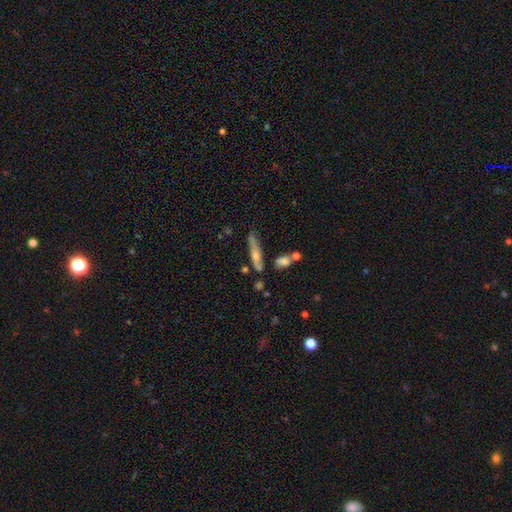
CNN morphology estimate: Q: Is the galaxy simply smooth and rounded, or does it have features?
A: featured or disk — 54%.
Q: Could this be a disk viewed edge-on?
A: yes — 87%.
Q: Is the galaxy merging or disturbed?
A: none — 69%.